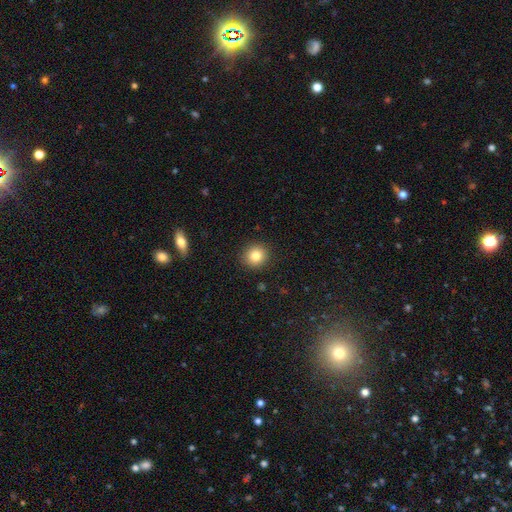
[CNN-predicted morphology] Smooth or featured? smooth (82%)
How rounded? round (90%)
Merging? none (91%)